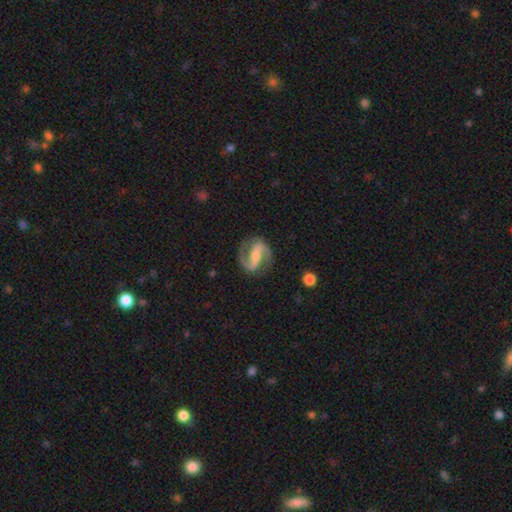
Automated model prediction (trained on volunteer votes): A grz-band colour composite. It shows a featured or disk galaxy (90%) with a strong bar (55%), 2 (93%) medium (56%) spiral arms (97%) and a moderate central bulge (42%). Merging: none (83%).